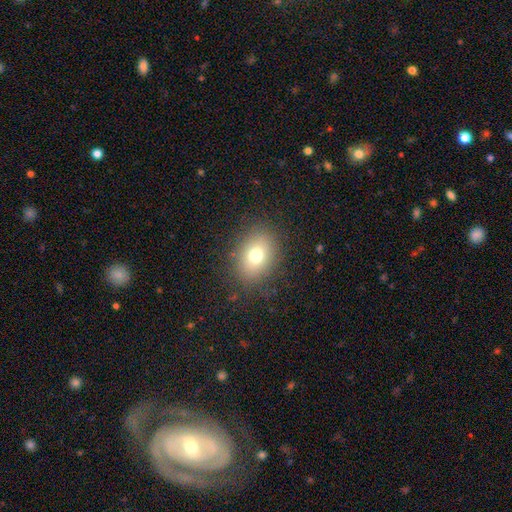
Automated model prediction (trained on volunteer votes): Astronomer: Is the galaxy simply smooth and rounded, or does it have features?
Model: smooth — 74%.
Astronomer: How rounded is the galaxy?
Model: in between — 58% (runner-up: round, 41%).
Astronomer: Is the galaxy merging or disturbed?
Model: none — 84%.